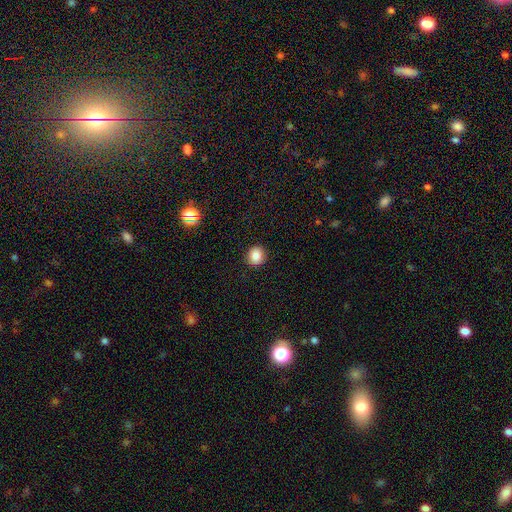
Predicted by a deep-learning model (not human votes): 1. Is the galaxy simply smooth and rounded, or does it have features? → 85% smooth, 10% star or artifact, 4% featured or disk.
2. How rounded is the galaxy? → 86% round, 13% in between, 1% cigar-shaped.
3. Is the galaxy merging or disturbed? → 90% none, 7% minor disturbance, 2% major disturbance, 1% merger.